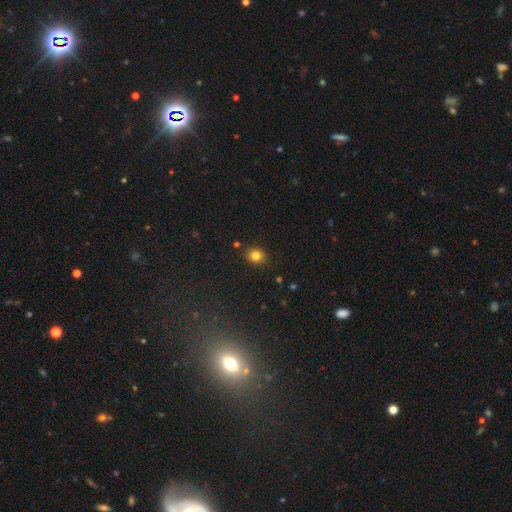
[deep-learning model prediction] This appears to be a smooth galaxy with no disk features (81%) that is round (64%). Merging: none (87%).